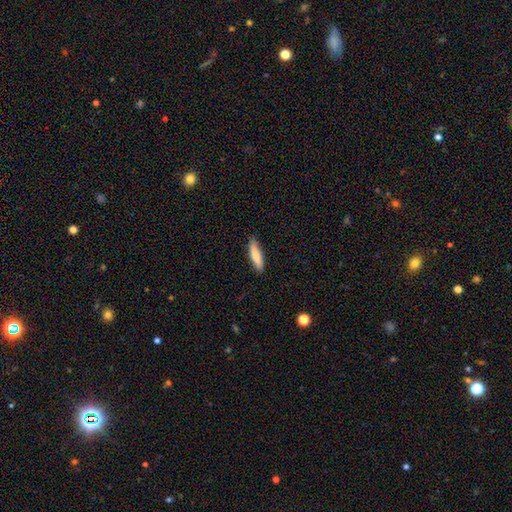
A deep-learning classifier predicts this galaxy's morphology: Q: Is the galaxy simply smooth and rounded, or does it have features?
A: smooth — 76%.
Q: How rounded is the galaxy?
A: cigar-shaped — 77%.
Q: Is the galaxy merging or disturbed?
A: none — 86%.